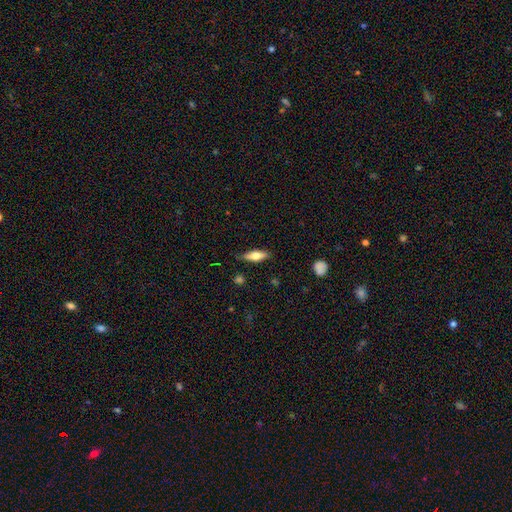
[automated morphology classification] smooth-or-featured: smooth: 58% | featured or disk: 36% | star or artifact: 6%
  how-rounded: in between: 53% | cigar-shaped: 44% | round: 3%
  merging: none: 85% | minor disturbance: 12% | major disturbance: 2% | merger: 1%